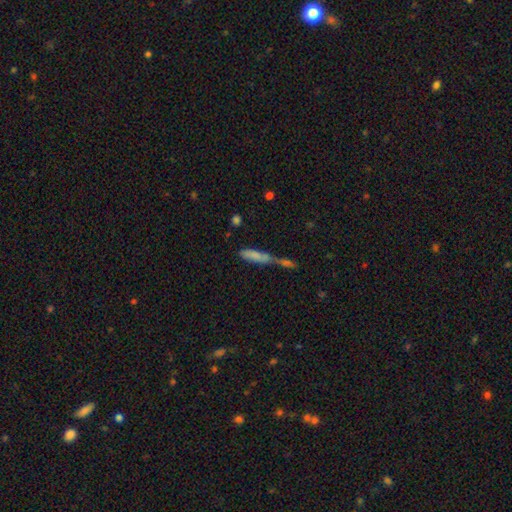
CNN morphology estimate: smooth_or_featured: smooth (p=0.72) [alt: featured or disk p=0.19]
how_rounded: cigar-shaped (p=0.73) [alt: in between p=0.25]
merging: merger (p=0.63) [alt: none p=0.19]